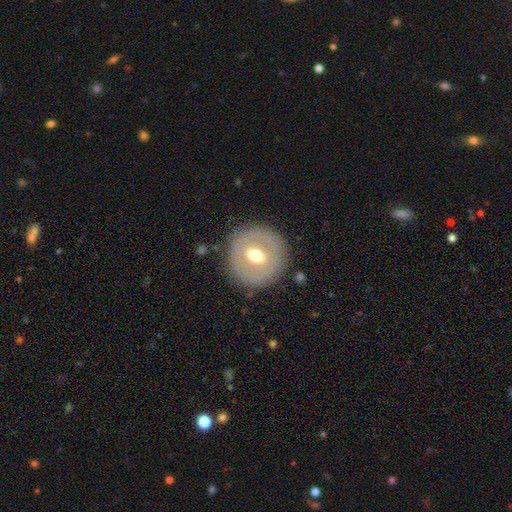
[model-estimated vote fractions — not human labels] featured or disk 51%, smooth 43%, star or artifact 7%. Down the decision tree: edge-on disk — no (92%); merging — none (84%).